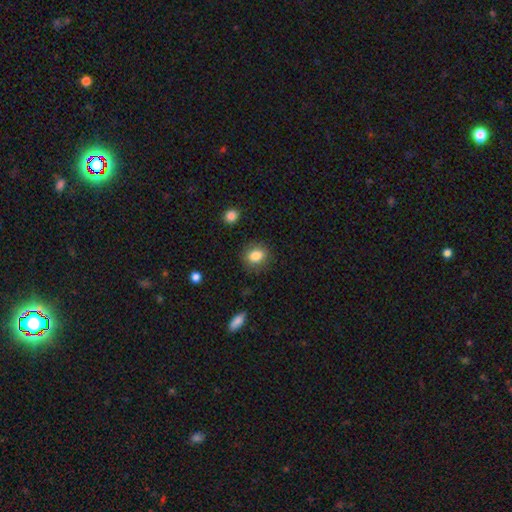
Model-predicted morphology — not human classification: Smooth or featured? smooth (85%)
How rounded? round (55%)
Merging? none (85%)